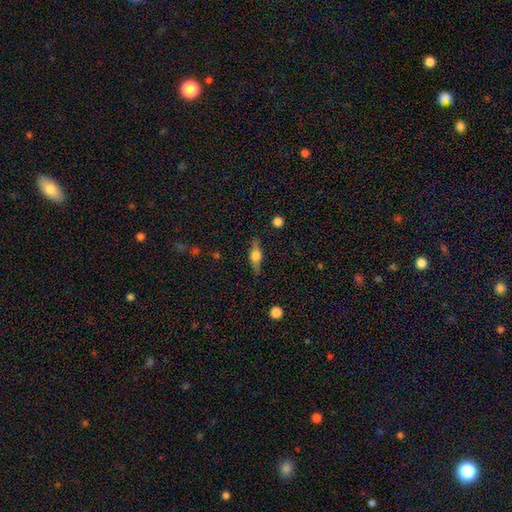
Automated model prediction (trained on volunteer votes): Overall: featured or disk (52%; smooth 41%). Edge-on disk: yes (92%). Merging: none (83%).